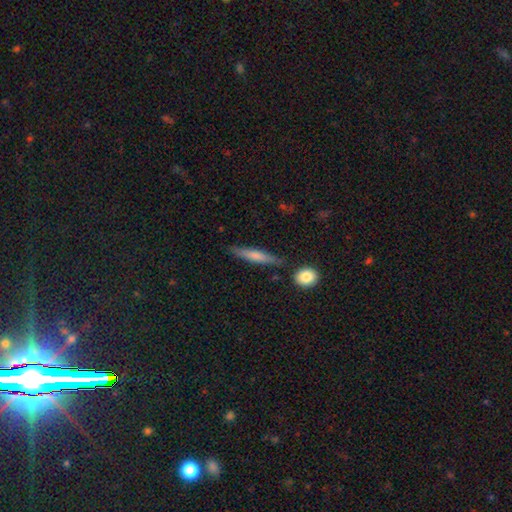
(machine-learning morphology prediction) Smooth or featured? Predicted: smooth (p=0.61). How rounded? Predicted: cigar-shaped (p=0.88). Merging? Predicted: none (p=0.81).